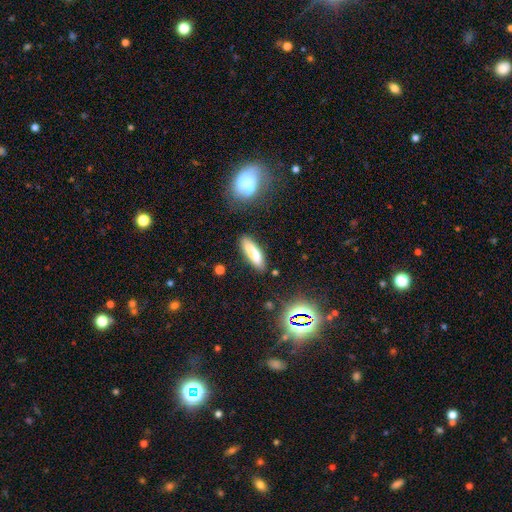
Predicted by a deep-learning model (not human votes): Smooth or featured?
  - smooth: 79% *
  - featured or disk: 12%
  - star or artifact: 9%
How rounded?
  - cigar-shaped: 56% *
  - in between: 42%
  - round: 2%
Merging?
  - none: 79% *
  - minor disturbance: 14%
  - major disturbance: 4%
  - merger: 3%